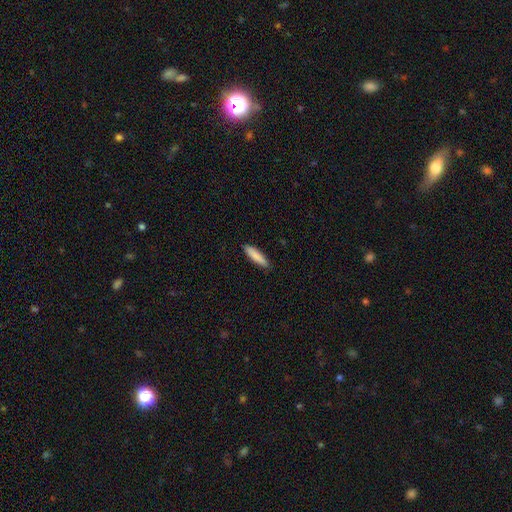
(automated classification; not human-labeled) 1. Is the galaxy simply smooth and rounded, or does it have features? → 87% smooth, 8% featured or disk, 6% star or artifact.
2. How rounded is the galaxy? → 79% cigar-shaped, 20% in between, 1% round.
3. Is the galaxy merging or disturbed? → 89% none, 8% minor disturbance, 2% major disturbance, 1% merger.